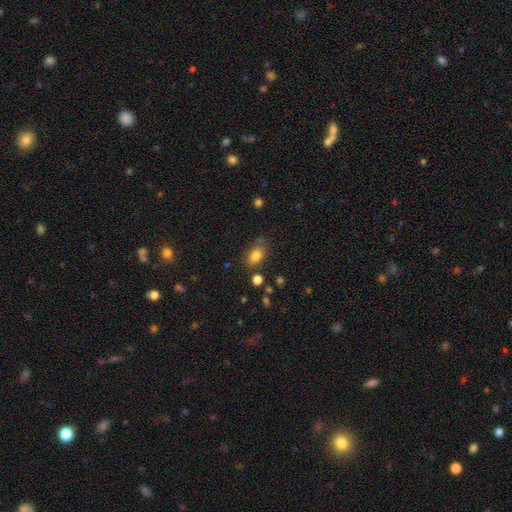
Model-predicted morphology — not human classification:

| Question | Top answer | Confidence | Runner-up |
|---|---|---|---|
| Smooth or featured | smooth | 82% | star or artifact (10%) |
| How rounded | in between | 77% | round (21%) |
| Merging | none | 71% | minor disturbance (17%) |